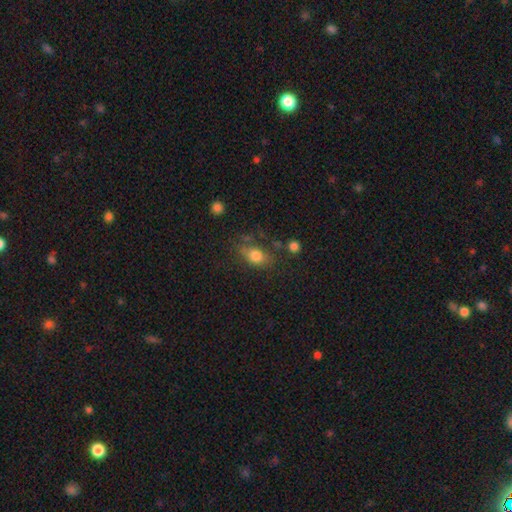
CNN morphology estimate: smooth-or-featured: smooth: 76% | featured or disk: 13% | star or artifact: 11%
  how-rounded: in between: 70% | round: 27% | cigar-shaped: 3%
  merging: none: 60% | minor disturbance: 22% | major disturbance: 11% | merger: 7%